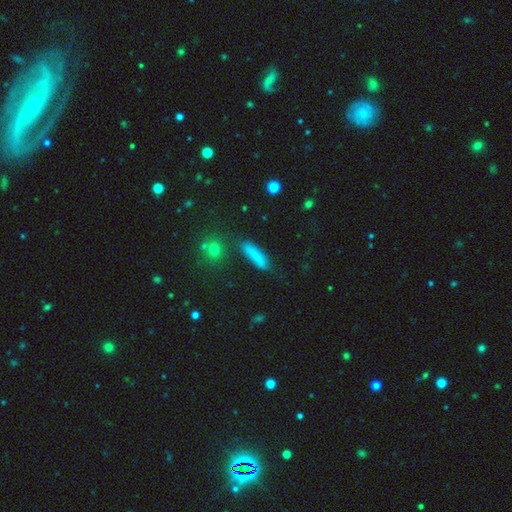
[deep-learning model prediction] smooth_or_featured: smooth (p=0.79) [alt: featured or disk p=0.12]
how_rounded: cigar-shaped (p=0.71) [alt: in between p=0.26]
merging: none (p=0.77) [alt: minor disturbance p=0.15]